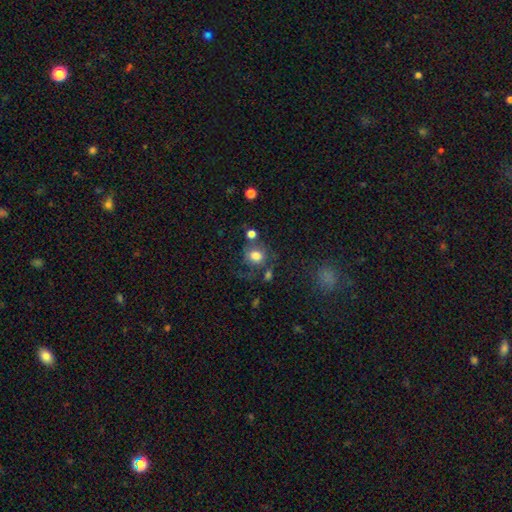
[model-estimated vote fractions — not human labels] Smooth or featured? Predicted: smooth (p=0.75). How rounded? Predicted: round (p=0.74). Merging? Predicted: none (p=0.57).